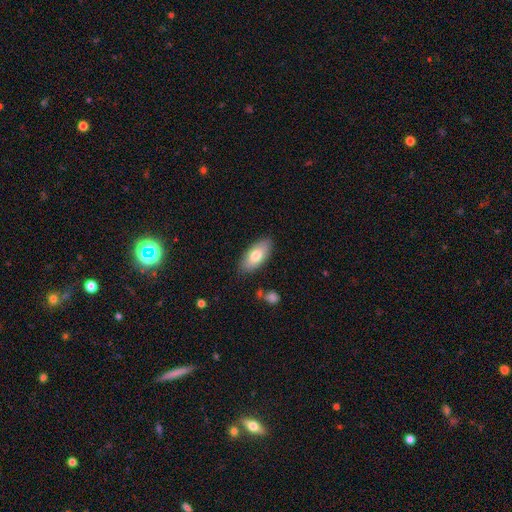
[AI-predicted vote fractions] smooth-or-featured: smooth: 77% | featured or disk: 17% | star or artifact: 6%
  how-rounded: in between: 90% | cigar-shaped: 8% | round: 2%
  merging: none: 84% | minor disturbance: 12% | major disturbance: 3% | merger: 2%